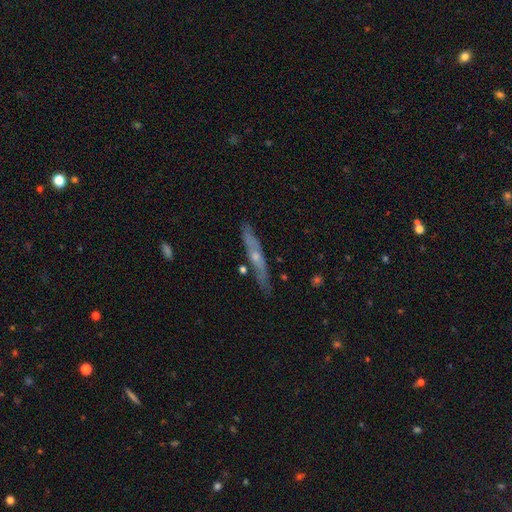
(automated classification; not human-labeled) This appears to be a featured or disk galaxy (66%) viewed edge-on (82%) with a rounded central bulge (70%). Merging: none (78%).